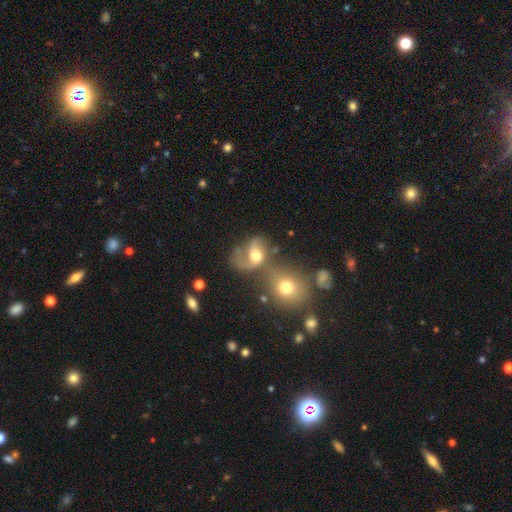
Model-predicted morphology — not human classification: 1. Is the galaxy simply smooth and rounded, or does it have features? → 64% featured or disk, 25% smooth, 11% star or artifact.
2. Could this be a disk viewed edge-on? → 97% no, 3% yes.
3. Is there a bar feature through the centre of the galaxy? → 61% no, 32% weak, 7% strong.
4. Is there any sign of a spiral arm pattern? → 83% yes, 17% no.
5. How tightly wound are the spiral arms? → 58% loose, 35% medium, 8% tight.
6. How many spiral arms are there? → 73% 2, 19% 1, 5% can't tell, 1% 3, 1% 4, 1% more than 4.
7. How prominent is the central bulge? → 64% moderate, 19% large, 12% small, 3% none, 2% dominant.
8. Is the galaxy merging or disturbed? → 42% merger, 27% none, 19% major disturbance, 12% minor disturbance.